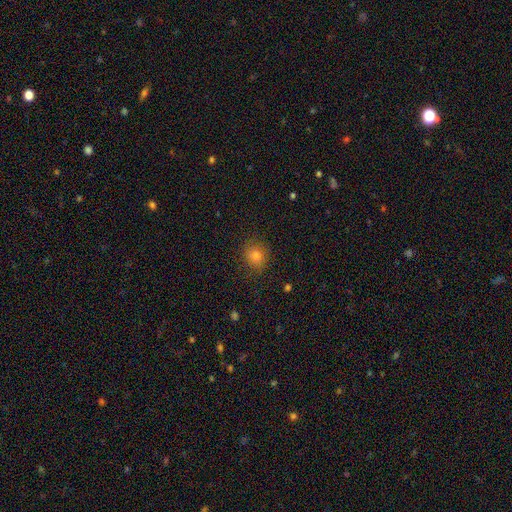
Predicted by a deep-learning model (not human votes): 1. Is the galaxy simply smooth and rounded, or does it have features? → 77% smooth, 15% star or artifact, 8% featured or disk.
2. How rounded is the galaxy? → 82% round, 18% in between, 1% cigar-shaped.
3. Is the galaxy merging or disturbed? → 85% none, 11% minor disturbance, 3% major disturbance, 1% merger.